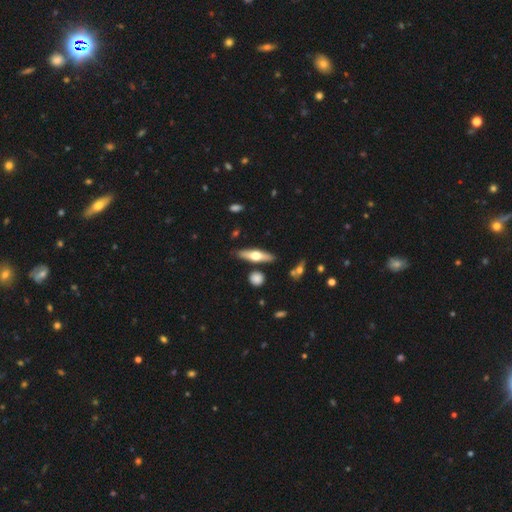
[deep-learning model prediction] Overall: featured or disk (51%; smooth 42%). Edge-on disk: yes (90%). Merging: none (82%).